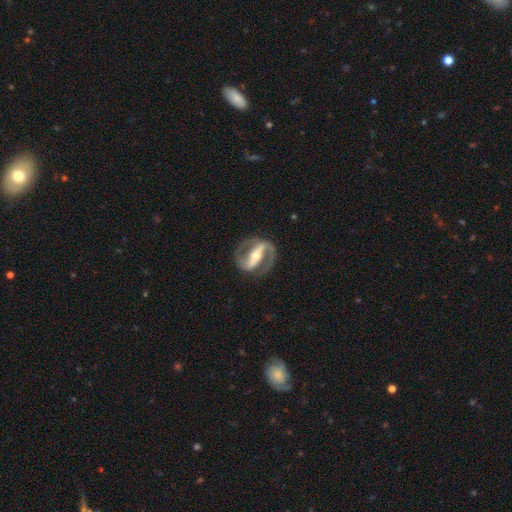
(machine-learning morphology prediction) Smooth or featured: featured or disk — 90% (smooth — 6%)
Edge-on disk: no — 94% (yes — 6%)
Bar: strong — 78% (weak — 15%)
Spiral arms: yes — 91% (no — 9%)
Spiral winding: medium — 51% (tight — 33%)
Spiral arm count: 2 — 91% (1 — 3%)
Bulge size: moderate — 61% (small — 32%)
Merging: none — 83% (minor disturbance — 10%)